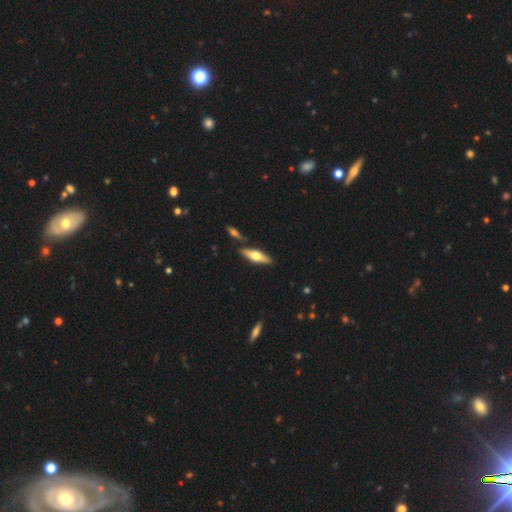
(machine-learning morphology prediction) A featured or disk galaxy (53%) viewed edge-on (93%).

Vote fractions:
- Smooth or featured? featured or disk: 53% / smooth: 42% / star or artifact: 6%
- Edge-on disk? yes: 93% / no: 7%
- Merging? none: 80% / minor disturbance: 10% / merger: 8% / major disturbance: 2%